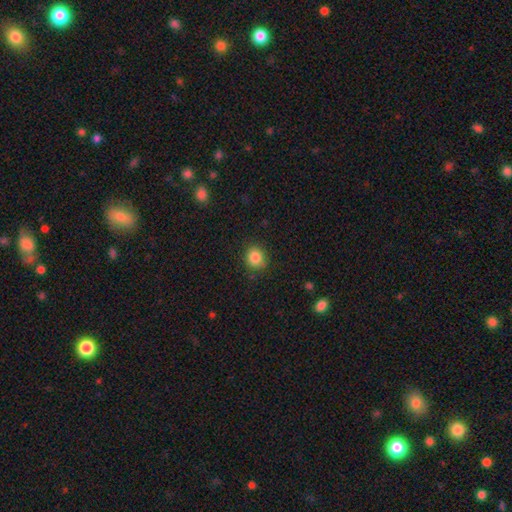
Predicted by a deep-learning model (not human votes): Smooth or featured? Predicted: smooth (p=0.85). How rounded? Predicted: round (p=0.78). Merging? Predicted: none (p=0.86).